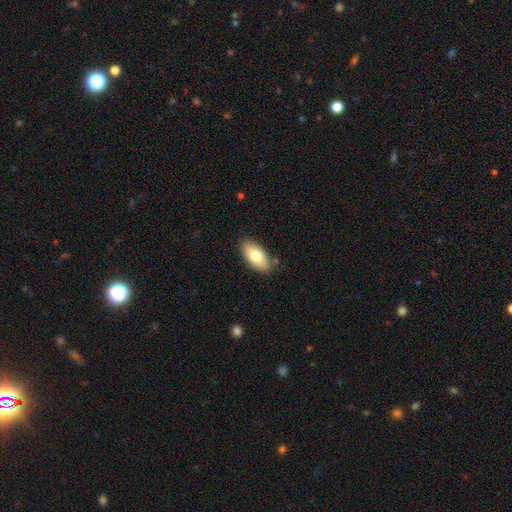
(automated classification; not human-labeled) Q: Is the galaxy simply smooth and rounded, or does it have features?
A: smooth — 77%.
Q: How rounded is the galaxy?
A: in between — 92%.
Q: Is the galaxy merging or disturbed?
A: none — 85%.